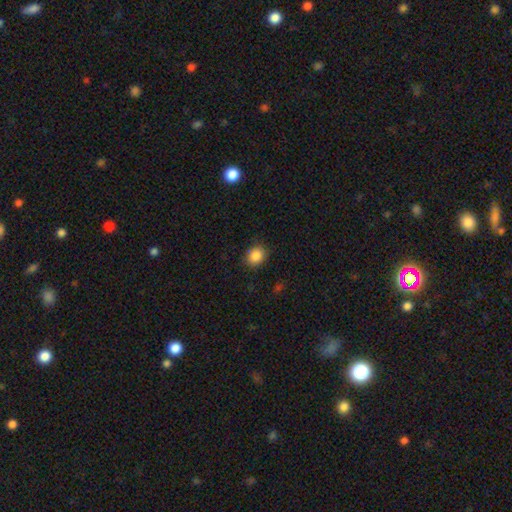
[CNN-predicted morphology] This is clearly a smooth galaxy (86%). How rounded: possibly round (53%). Merging: clearly none (84%).